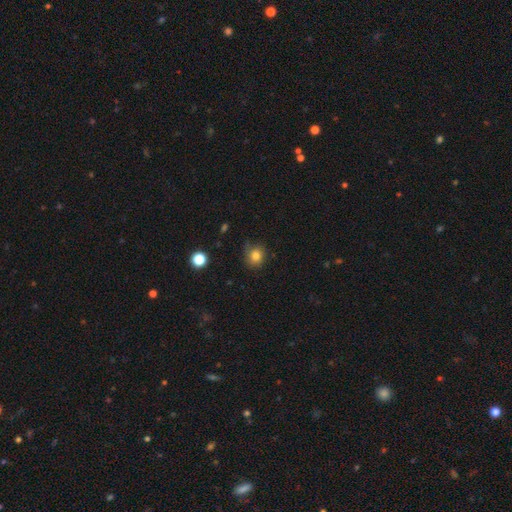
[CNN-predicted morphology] This is clearly a smooth galaxy (81%). How rounded: likely round (80%). Merging: likely none (72%).